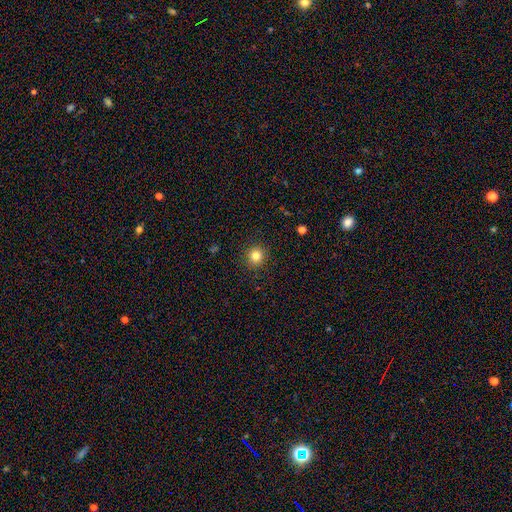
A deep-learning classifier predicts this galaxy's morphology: Q: Smooth or featured?
A: smooth (82%); runner-up: star or artifact (12%)
Q: How rounded?
A: round (91%); runner-up: in between (8%)
Q: Merging?
A: none (91%); runner-up: minor disturbance (6%)